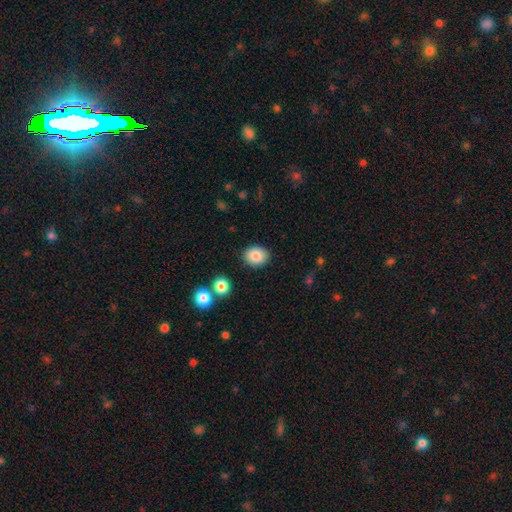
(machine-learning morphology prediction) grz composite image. It shows a smooth galaxy with no disk features (85%) that is round (55%). Merging: none (88%).